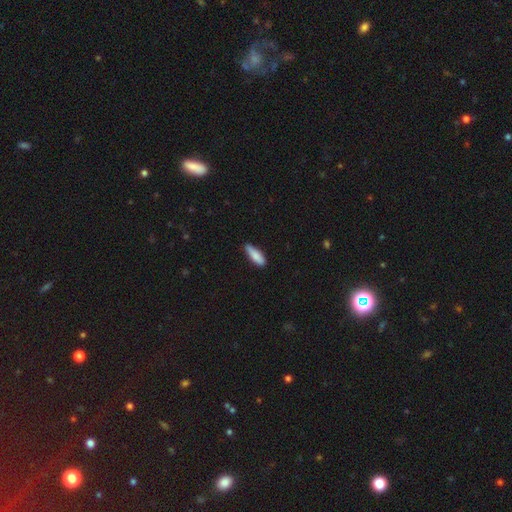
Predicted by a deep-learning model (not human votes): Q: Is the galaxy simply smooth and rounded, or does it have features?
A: smooth — 85%.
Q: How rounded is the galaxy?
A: cigar-shaped — 49%, tied with in between.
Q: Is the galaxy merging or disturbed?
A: none — 72%.